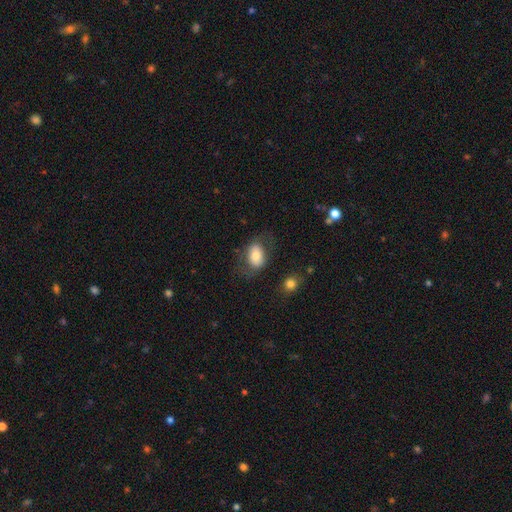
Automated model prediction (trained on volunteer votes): This appears to be a smooth galaxy with no disk features (72%) that is in between round and cigar-shaped (81%). Merging: none (62%).